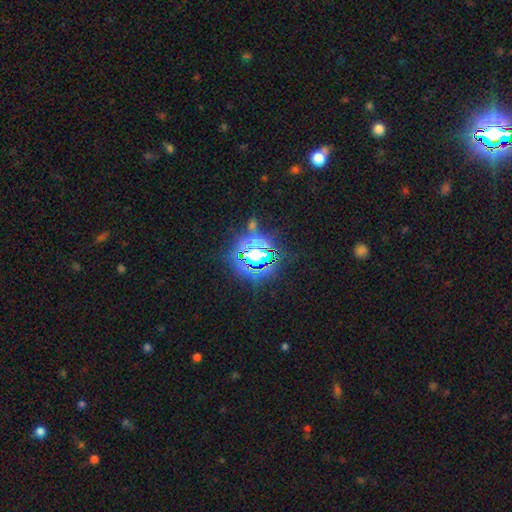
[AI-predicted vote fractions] star or artifact 69%, smooth 19%, featured or disk 12%.